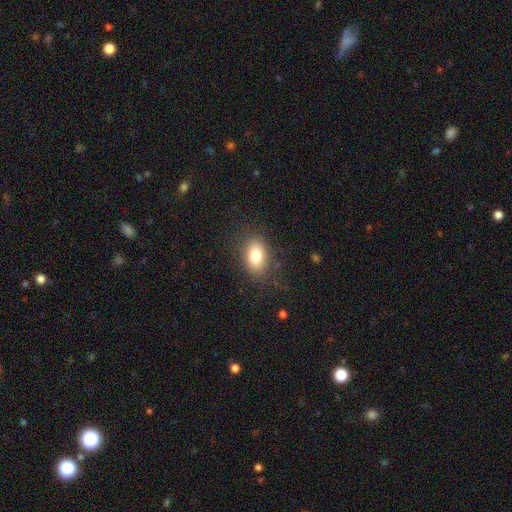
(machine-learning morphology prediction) Smooth or featured: smooth — 80% (featured or disk — 11%)
How rounded: in between — 85% (round — 13%)
Merging: none — 81% (minor disturbance — 12%)